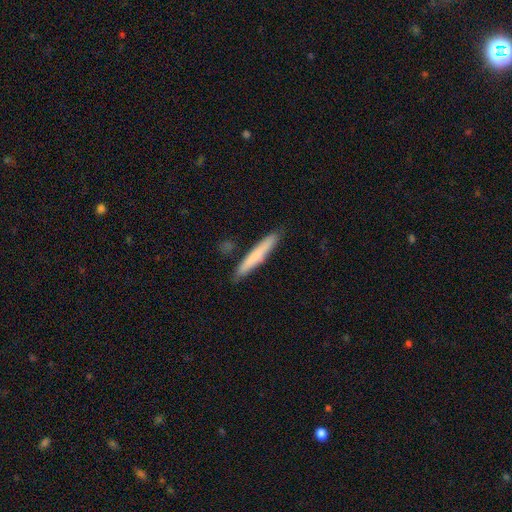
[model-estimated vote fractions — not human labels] A smooth galaxy with no disk features (72%) that is cigar-shaped (96%). Merging: none (87%).